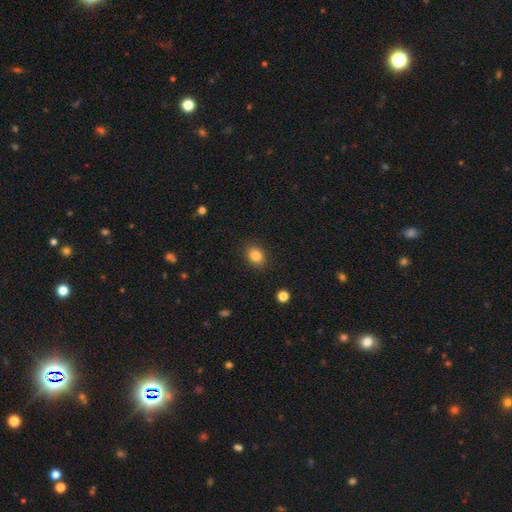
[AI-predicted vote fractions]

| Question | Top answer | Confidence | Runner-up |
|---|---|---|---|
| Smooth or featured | smooth | 84% | star or artifact (10%) |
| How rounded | round | 50% | in between (49%) |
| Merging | none | 87% | minor disturbance (9%) |